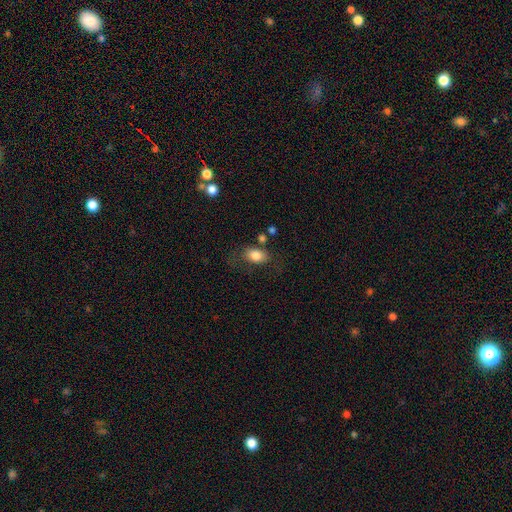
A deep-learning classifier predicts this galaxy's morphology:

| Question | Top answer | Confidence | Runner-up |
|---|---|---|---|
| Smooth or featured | smooth | 82% | featured or disk (10%) |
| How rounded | in between | 79% | round (20%) |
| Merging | none | 63% | minor disturbance (20%) |